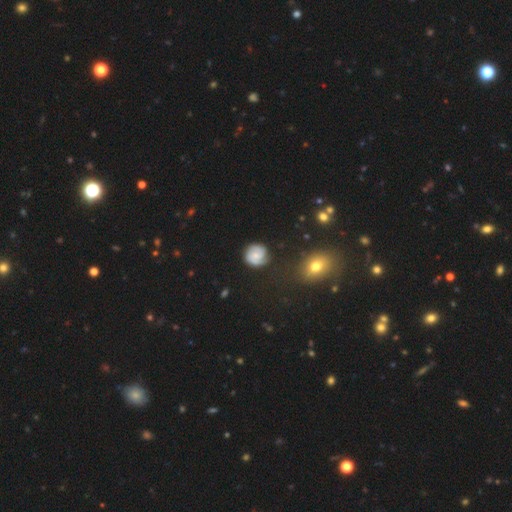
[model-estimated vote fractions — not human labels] smooth_or_featured: featured or disk (p=0.58) [alt: smooth p=0.34]
disk_edge_on: no (p=0.98) [alt: yes p=0.02]
bar: no (p=0.64) [alt: weak p=0.31]
has_spiral_arms: yes (p=0.92) [alt: no p=0.08]
spiral_winding: tight (p=0.55) [alt: medium p=0.34]
spiral_arm_count: 2 (p=0.64) [alt: can't tell p=0.16]
bulge_size: small (p=0.59) [alt: moderate p=0.26]
merging: none (p=0.78) [alt: minor disturbance p=0.15]